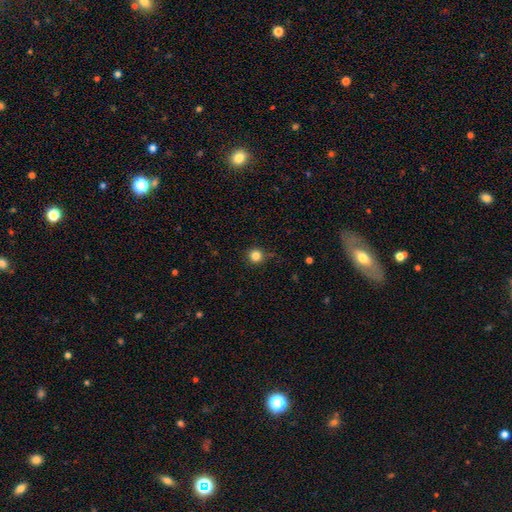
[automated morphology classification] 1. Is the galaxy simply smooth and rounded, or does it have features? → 83% smooth, 12% star or artifact, 5% featured or disk.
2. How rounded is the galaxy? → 94% round, 5% in between, 1% cigar-shaped.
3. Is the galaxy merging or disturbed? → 82% none, 13% minor disturbance, 3% major disturbance, 2% merger.